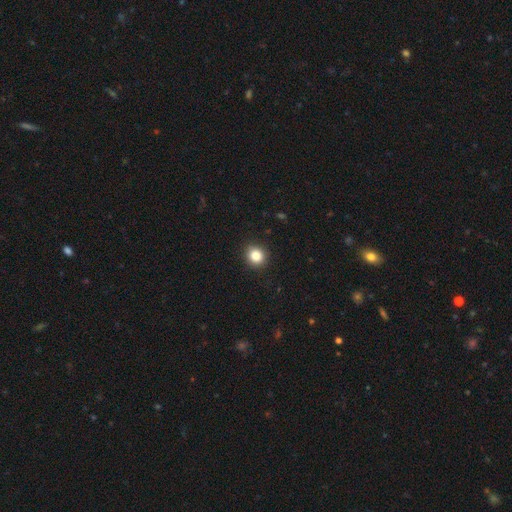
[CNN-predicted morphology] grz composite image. It shows a smooth galaxy with no disk features (86%) that is round (79%). Merging: none (90%).